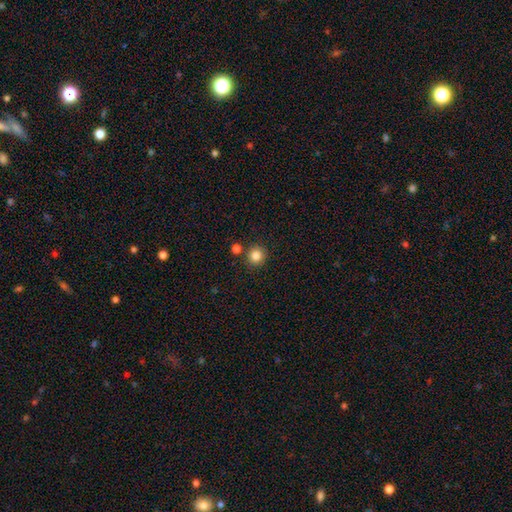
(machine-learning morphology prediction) The model was most divided on "smooth or featured": smooth: 84%, star or artifact: 11%, featured or disk: 4%. More confident: how rounded — round (92%); merging — none (85%).